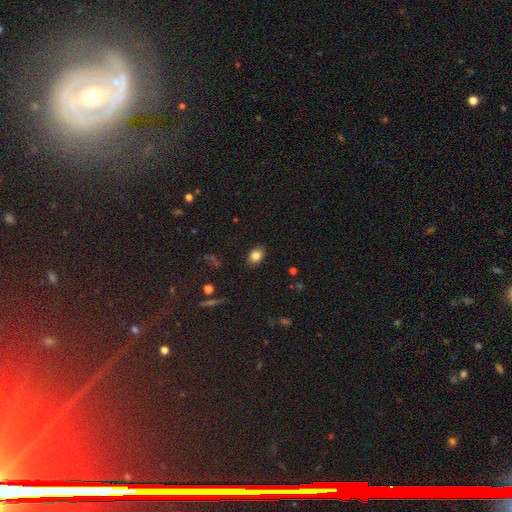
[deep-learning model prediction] A smooth galaxy with no disk features (82%) that is in between round and cigar-shaped (72%).

Vote fractions:
- Smooth or featured? smooth: 82% / star or artifact: 10% / featured or disk: 8%
- How rounded? in between: 72% / round: 27% / cigar-shaped: 1%
- Merging? none: 87% / minor disturbance: 9% / major disturbance: 2% / merger: 1%